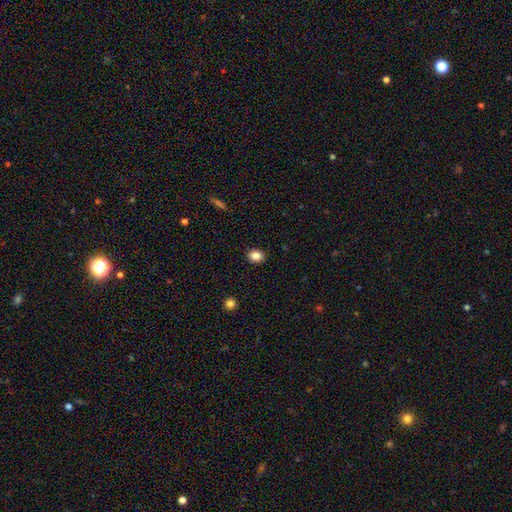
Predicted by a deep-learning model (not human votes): smooth_or_featured: smooth (p=0.85) [alt: star or artifact p=0.10]
how_rounded: round (p=0.56) [alt: in between p=0.43]
merging: none (p=0.90) [alt: minor disturbance p=0.07]